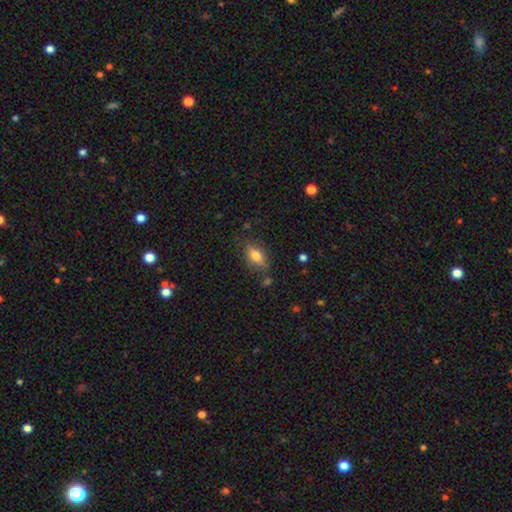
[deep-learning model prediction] This appears to be a smooth galaxy with no disk features (71%) that is in between round and cigar-shaped (81%). Merging: none (74%).